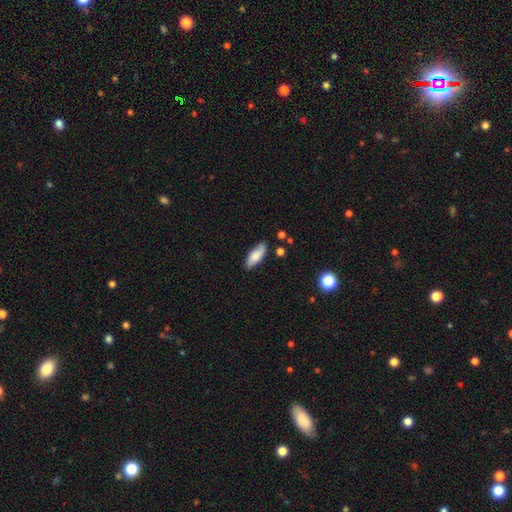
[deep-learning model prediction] Q: Smooth or featured?
A: smooth (76%); runner-up: featured or disk (18%)
Q: How rounded?
A: in between (76%); runner-up: cigar-shaped (22%)
Q: Merging?
A: none (79%); runner-up: minor disturbance (16%)